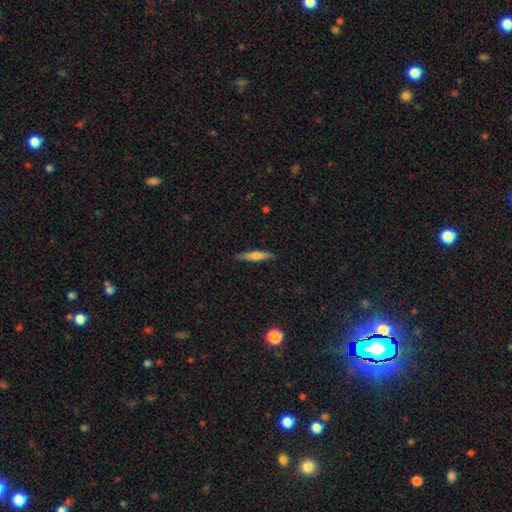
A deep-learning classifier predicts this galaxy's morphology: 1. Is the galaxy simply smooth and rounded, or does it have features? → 62% smooth, 31% featured or disk, 7% star or artifact.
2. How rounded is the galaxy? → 88% cigar-shaped, 11% in between, 2% round.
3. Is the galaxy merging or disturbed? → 88% none, 9% minor disturbance, 2% major disturbance, 1% merger.